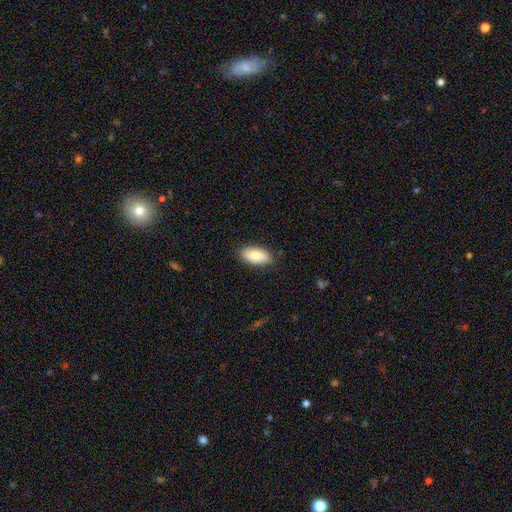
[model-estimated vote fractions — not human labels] A smooth galaxy with no disk features (84%) that is in between round and cigar-shaped (91%). Merging: none (86%).